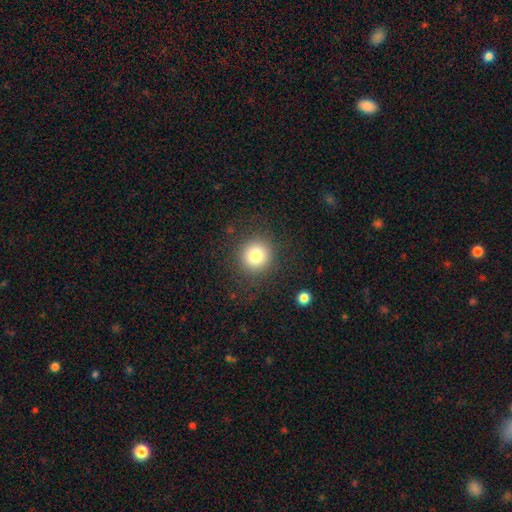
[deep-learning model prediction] A smooth galaxy with no disk features (80%) that is round (92%). Merging: none (87%).